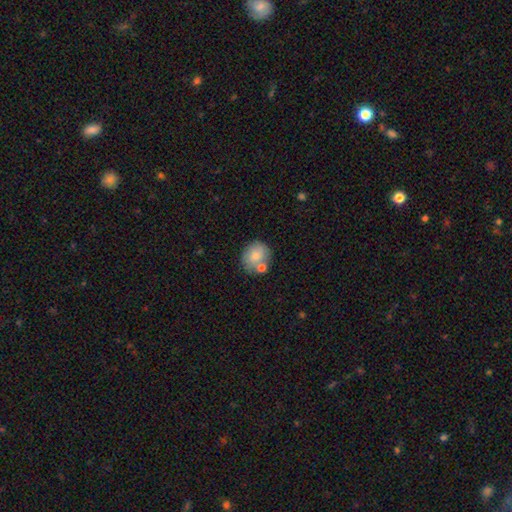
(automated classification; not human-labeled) smooth 79%, featured or disk 14%, star or artifact 8%. Down the decision tree: how rounded — round (72%); merging — none (60%).